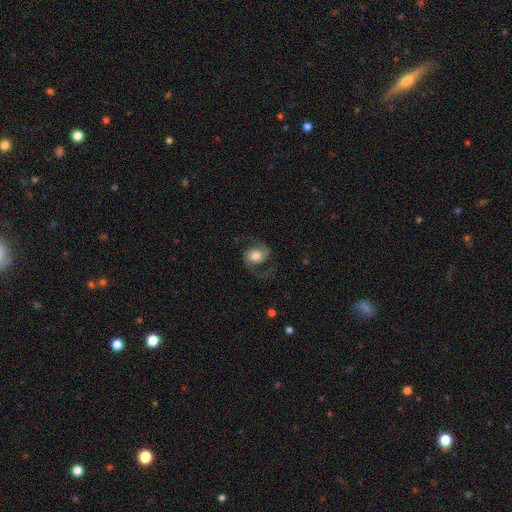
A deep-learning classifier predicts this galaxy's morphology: Smooth or featured?
  - featured or disk: 79% *
  - smooth: 14%
  - star or artifact: 7%
Edge-on disk?
  - no: 98% *
  - yes: 2%
Bar?
  - no: 64% *
  - weak: 28%
  - strong: 8%
Spiral arms?
  - yes: 96% *
  - no: 4%
Spiral winding?
  - medium: 48% *
  - loose: 41%
  - tight: 11%
Spiral arm count?
  - 2: 92% *
  - 1: 3%
  - can't tell: 2%
  - 3: 1%
  - 4: 1%
  - more than 4: 1%
Bulge size?
  - moderate: 45% *
  - large: 39%
  - small: 7%
  - dominant: 6%
  - none: 3%
Merging?
  - none: 73% *
  - minor disturbance: 14%
  - major disturbance: 12%
  - merger: 1%